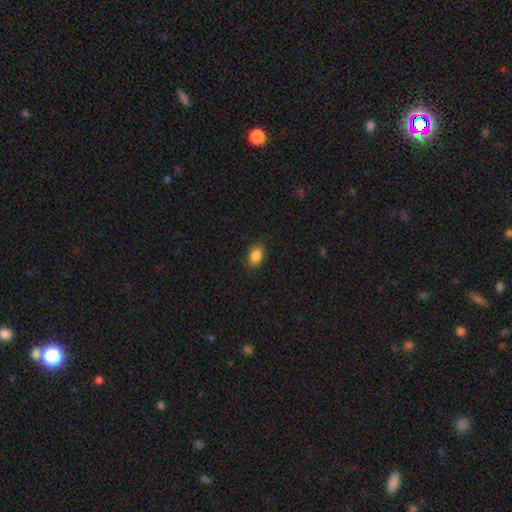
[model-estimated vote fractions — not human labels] Smooth or featured?
  - smooth: 86% *
  - star or artifact: 9%
  - featured or disk: 5%
How rounded?
  - in between: 82% *
  - round: 16%
  - cigar-shaped: 2%
Merging?
  - none: 83% *
  - minor disturbance: 13%
  - major disturbance: 3%
  - merger: 1%